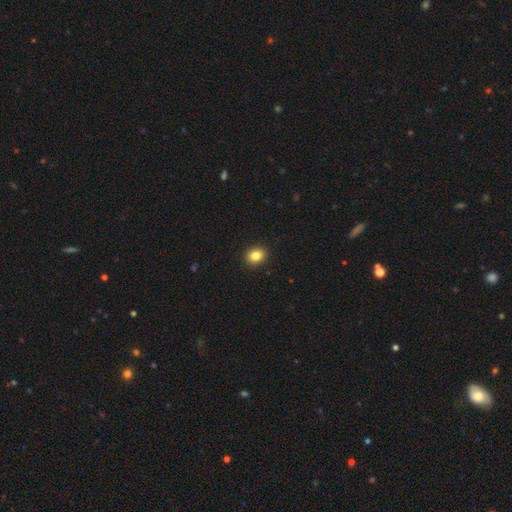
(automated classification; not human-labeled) smooth-or-featured: smooth: 84% | star or artifact: 10% | featured or disk: 6%
  how-rounded: round: 55% | in between: 44% | cigar-shaped: 1%
  merging: none: 92% | minor disturbance: 5% | major disturbance: 2% | merger: 1%